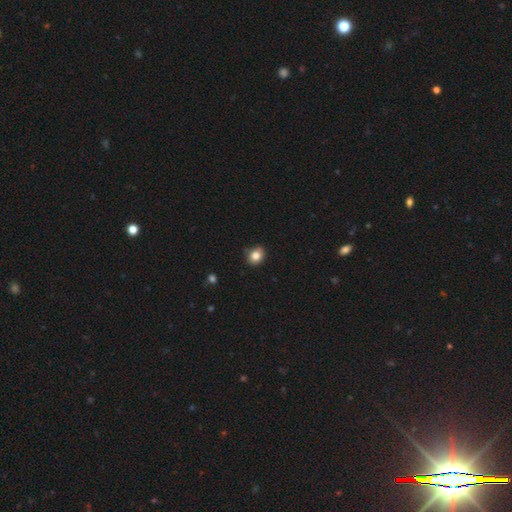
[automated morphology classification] Smooth or featured? Predicted: smooth (p=0.82). How rounded? Predicted: round (p=0.67). Merging? Predicted: none (p=0.80).